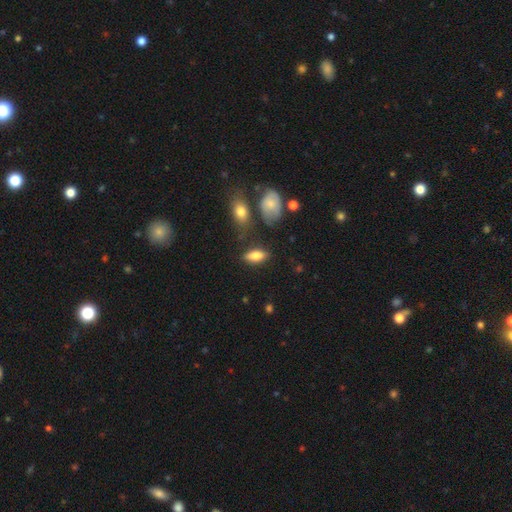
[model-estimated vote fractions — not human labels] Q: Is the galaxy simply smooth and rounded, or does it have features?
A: smooth — 74%.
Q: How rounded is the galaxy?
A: in between — 80%.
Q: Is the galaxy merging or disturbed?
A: none — 78%.